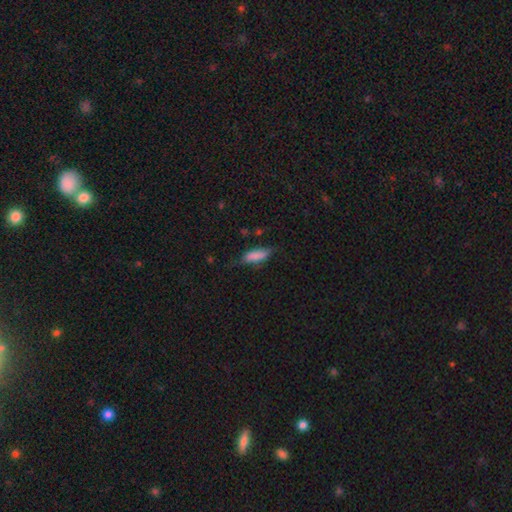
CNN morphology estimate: Smooth or featured? Predicted: smooth (p=0.76). How rounded? Predicted: in between (p=0.64). Merging? Predicted: none (p=0.56).